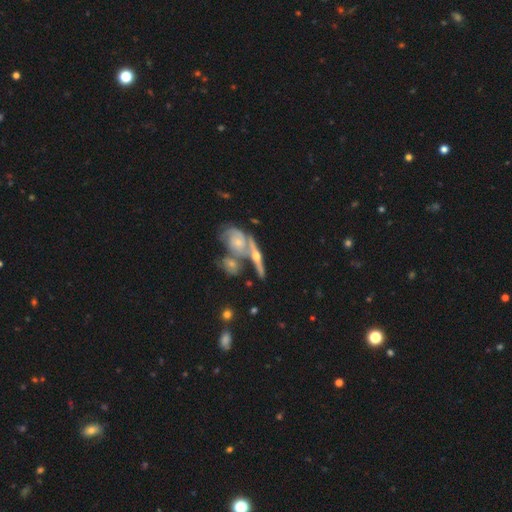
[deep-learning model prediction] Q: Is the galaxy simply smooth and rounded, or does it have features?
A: featured or disk — 78%.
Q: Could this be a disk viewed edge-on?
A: yes — 79%.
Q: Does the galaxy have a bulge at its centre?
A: rounded — 90%.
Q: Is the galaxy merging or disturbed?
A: none — 52%.